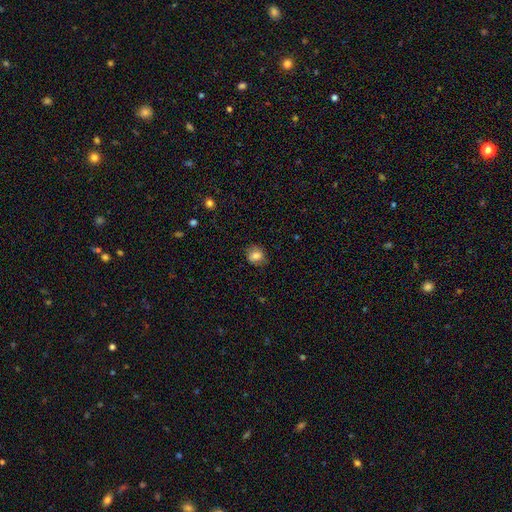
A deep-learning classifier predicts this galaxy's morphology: Smooth or featured: smooth — 79% (featured or disk — 12%)
How rounded: round — 73% (in between — 26%)
Merging: none — 81% (minor disturbance — 15%)